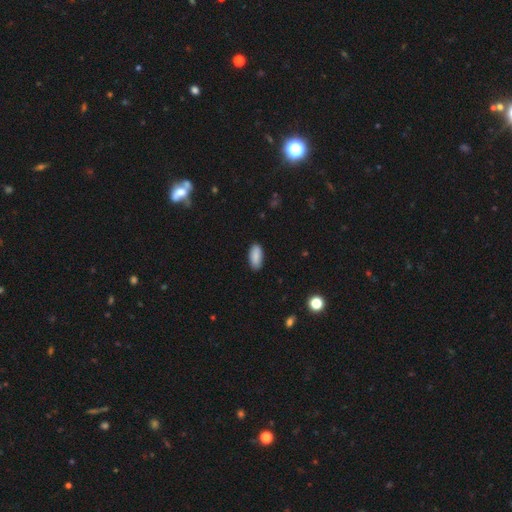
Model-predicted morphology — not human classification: Smooth or featured? Predicted: smooth (p=0.89). How rounded? Predicted: in between (p=0.90). Merging? Predicted: none (p=0.88).